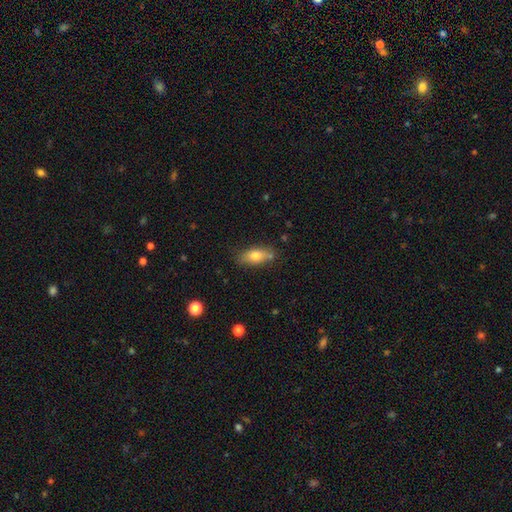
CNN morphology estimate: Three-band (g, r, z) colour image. It shows a smooth galaxy with no disk features (74%) that is in between round and cigar-shaped (79%). Merging: none (76%).